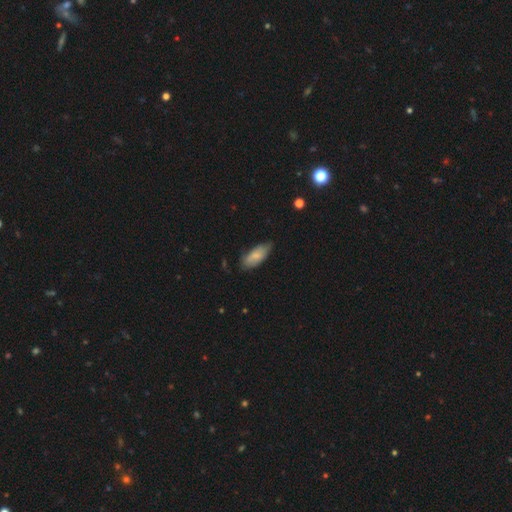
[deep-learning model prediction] Smooth or featured: smooth — 80% (featured or disk — 15%)
How rounded: in between — 81% (cigar-shaped — 17%)
Merging: none — 67% (minor disturbance — 27%)